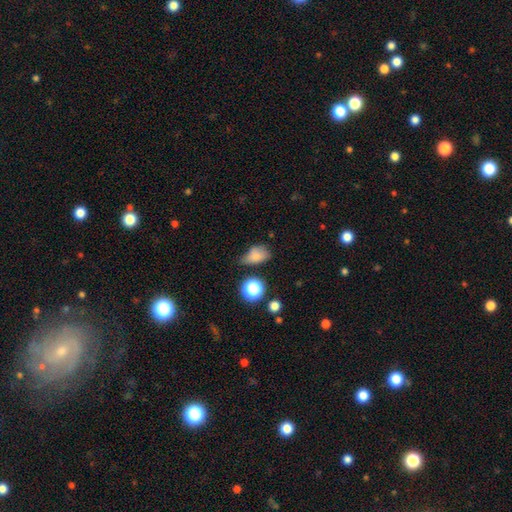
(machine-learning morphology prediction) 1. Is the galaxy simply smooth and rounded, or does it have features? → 76% smooth, 14% star or artifact, 11% featured or disk.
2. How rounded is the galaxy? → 75% in between, 22% round, 2% cigar-shaped.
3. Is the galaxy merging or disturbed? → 43% none, 37% minor disturbance, 14% major disturbance, 6% merger.